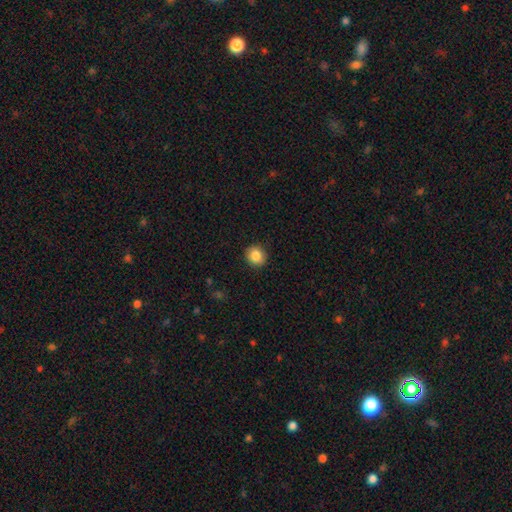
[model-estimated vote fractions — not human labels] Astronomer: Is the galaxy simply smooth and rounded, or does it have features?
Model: smooth — 86%.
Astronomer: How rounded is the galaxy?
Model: round — 87%.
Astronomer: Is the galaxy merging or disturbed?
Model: none — 91%.